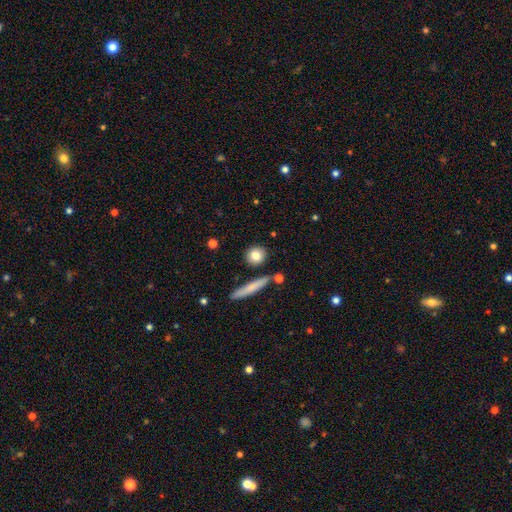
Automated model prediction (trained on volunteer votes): This appears to be a smooth galaxy with no disk features (80%) that is round (77%). Merging: none (83%).